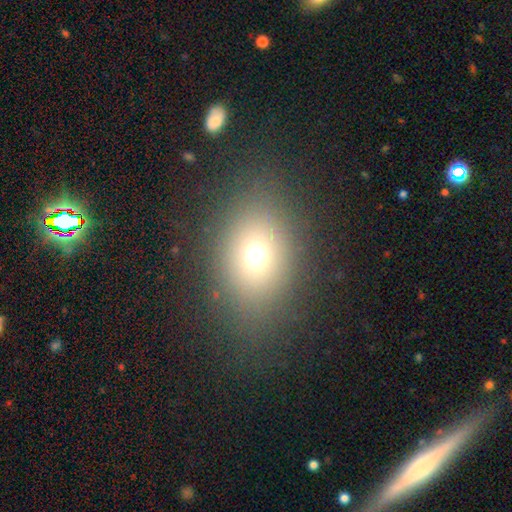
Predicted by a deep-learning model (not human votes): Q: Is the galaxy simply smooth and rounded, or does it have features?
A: smooth — 68%.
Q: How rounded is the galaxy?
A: in between — 62%.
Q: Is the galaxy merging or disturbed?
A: none — 82%.